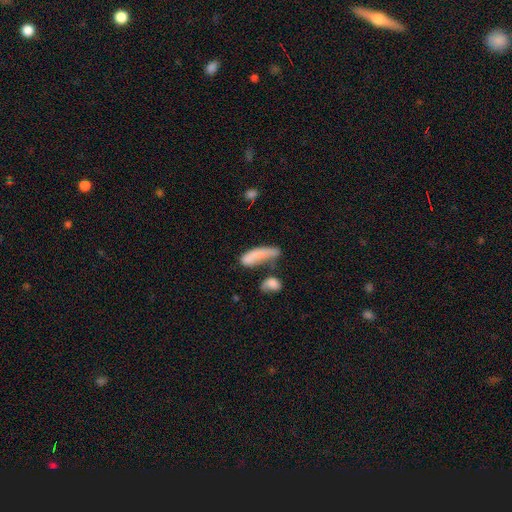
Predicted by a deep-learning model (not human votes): smooth 72%, featured or disk 19%, star or artifact 9%. Down the decision tree: how rounded — cigar-shaped (56%); merging — merger (31%).